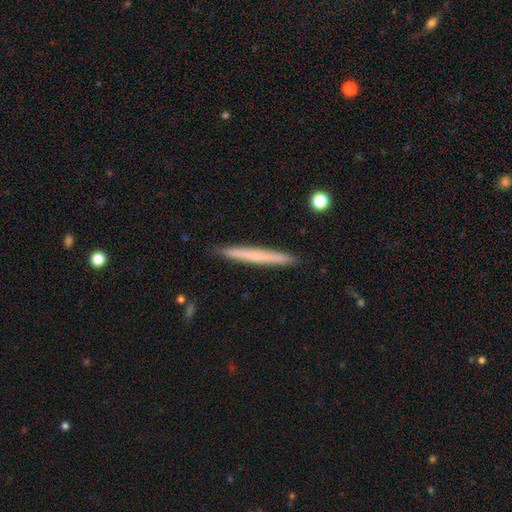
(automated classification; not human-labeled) The model was most divided on "smooth or featured": smooth: 58%, featured or disk: 37%, star or artifact: 5%. More confident: how rounded — cigar-shaped (97%); merging — none (91%).